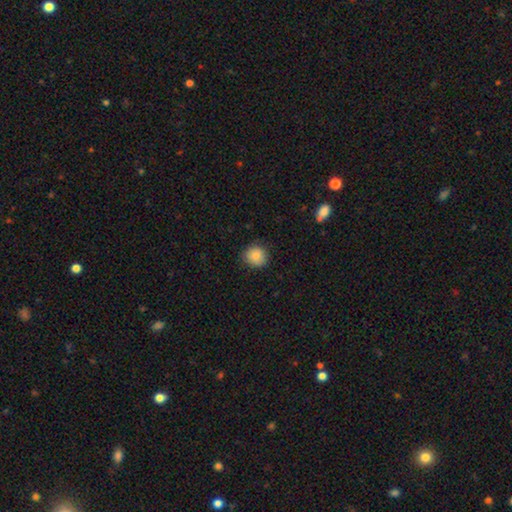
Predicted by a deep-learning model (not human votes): smooth_or_featured: smooth (p=0.86) [alt: star or artifact p=0.09]
how_rounded: round (p=0.86) [alt: in between p=0.13]
merging: none (p=0.84) [alt: minor disturbance p=0.12]